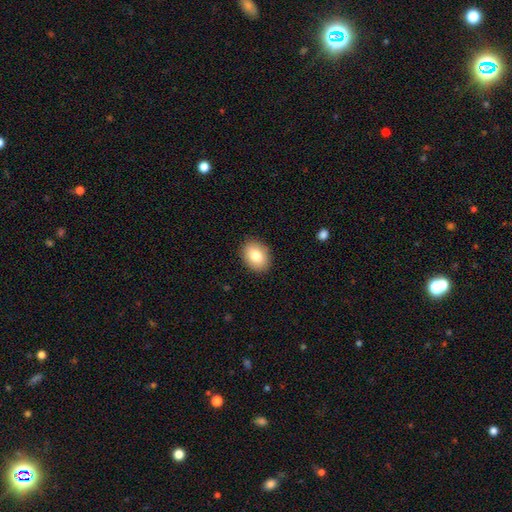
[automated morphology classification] This is clearly a smooth galaxy (82%). How rounded: likely in between (68%). Merging: clearly none (90%).